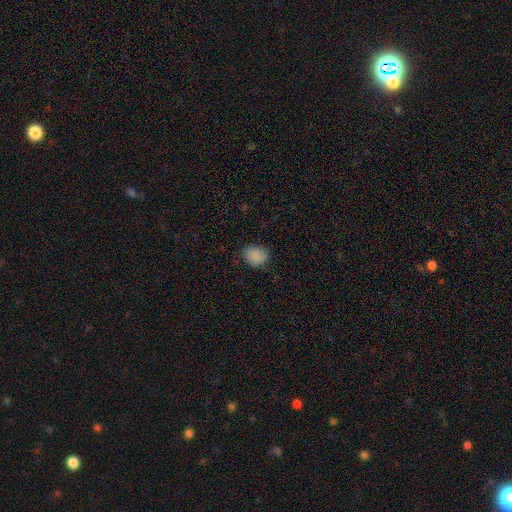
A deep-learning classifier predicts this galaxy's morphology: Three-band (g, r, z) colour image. It shows a smooth galaxy with no disk features (86%) that is round (61%). Merging: none (77%).